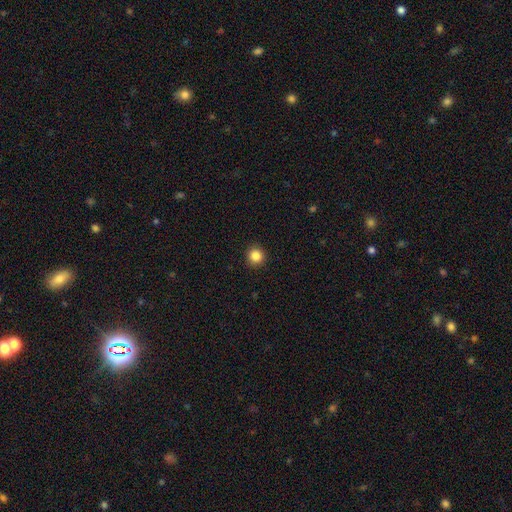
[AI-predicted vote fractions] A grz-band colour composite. It shows a smooth galaxy with no disk features (85%) that is round (93%). Merging: none (93%).